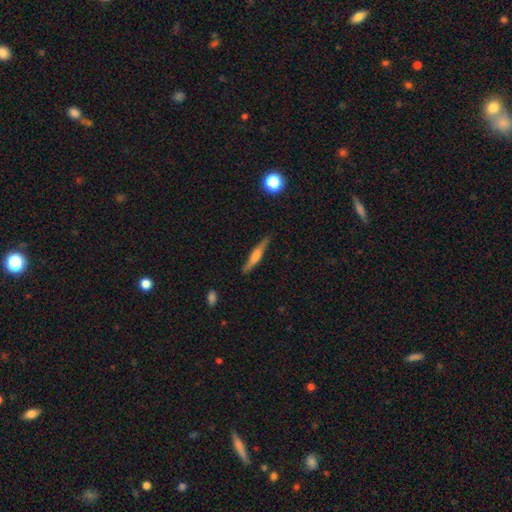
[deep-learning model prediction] This appears to be a featured or disk galaxy (55%) viewed edge-on (96%) with a rounded central bulge (65%). Merging: none (86%).